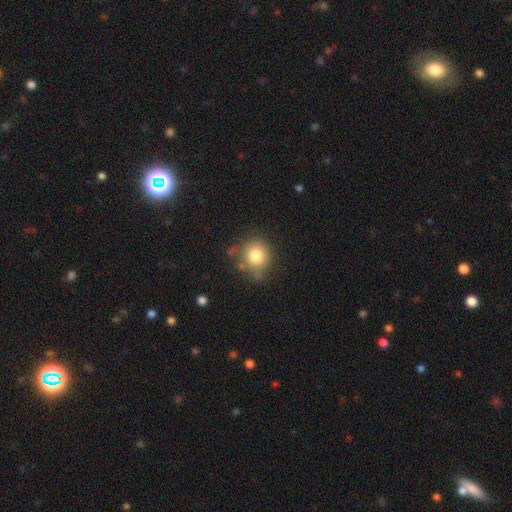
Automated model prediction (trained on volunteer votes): This appears to be a smooth galaxy with no disk features (80%) that is round (84%). Merging: none (61%).